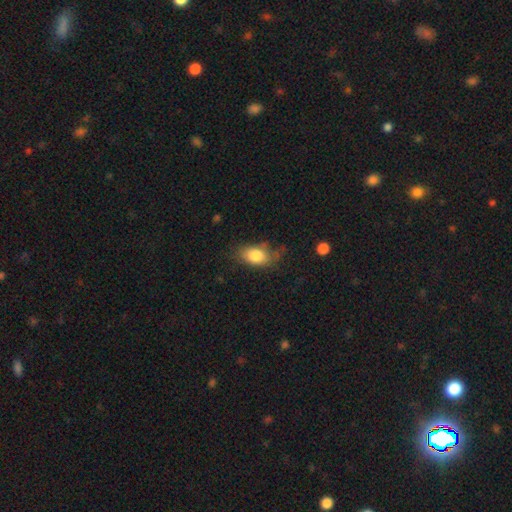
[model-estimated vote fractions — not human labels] smooth 81%, featured or disk 11%, star or artifact 8%. Down the decision tree: how rounded — in between (85%); merging — none (56%).